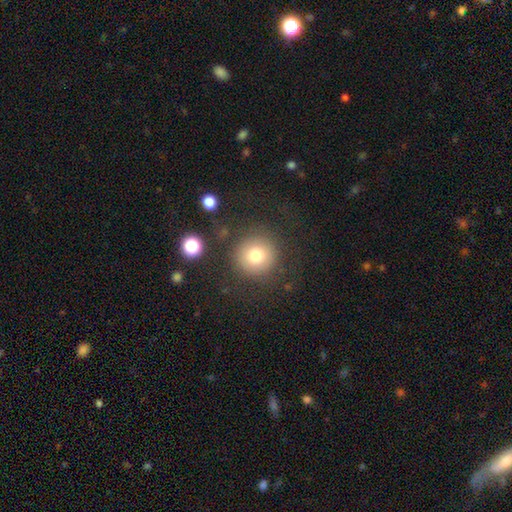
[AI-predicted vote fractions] Q: Smooth or featured?
A: smooth (77%); runner-up: star or artifact (13%)
Q: How rounded?
A: round (95%); runner-up: in between (4%)
Q: Merging?
A: none (83%); runner-up: minor disturbance (9%)